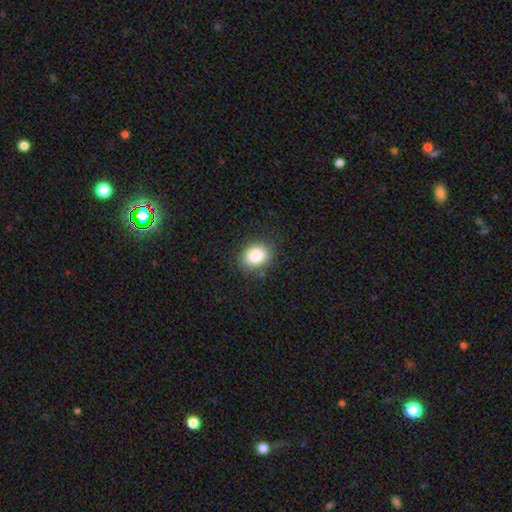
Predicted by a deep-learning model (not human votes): Smooth or featured: smooth — 85% (star or artifact — 9%)
How rounded: in between — 56% (round — 43%)
Merging: none — 83% (minor disturbance — 12%)